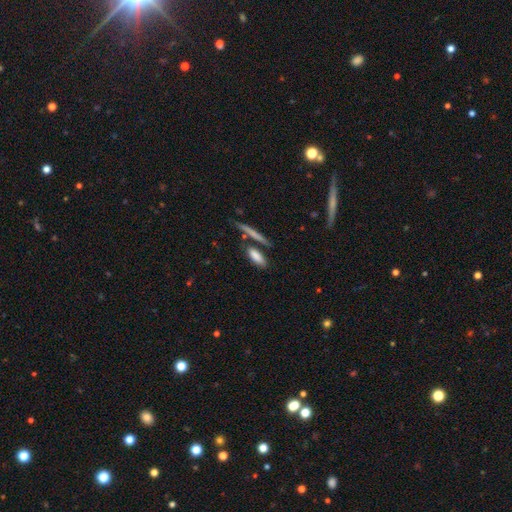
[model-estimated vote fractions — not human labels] smooth_or_featured: smooth (p=0.79) [alt: featured or disk p=0.15]
how_rounded: in between (p=0.54) [alt: cigar-shaped p=0.43]
merging: none (p=0.66) [alt: merger p=0.17]